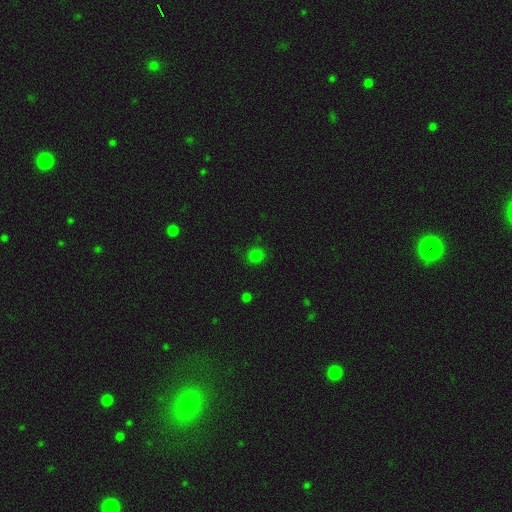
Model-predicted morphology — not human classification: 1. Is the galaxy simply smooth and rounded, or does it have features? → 79% smooth, 18% star or artifact, 3% featured or disk.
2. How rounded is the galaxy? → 88% round, 10% in between, 1% cigar-shaped.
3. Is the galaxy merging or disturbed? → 89% none, 8% minor disturbance, 2% major disturbance, 1% merger.